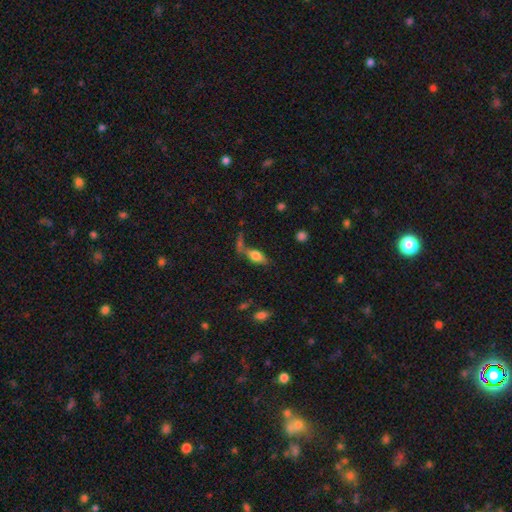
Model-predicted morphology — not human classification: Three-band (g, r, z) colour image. It shows a smooth galaxy with no disk features (68%) that is in between round and cigar-shaped (76%). Merging: none (52%).